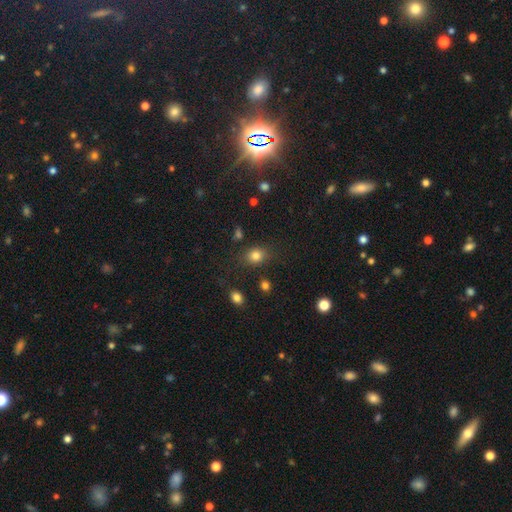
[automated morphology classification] Overall: smooth (81%). How rounded: round (53%; in between 46%). Merging: none (79%).